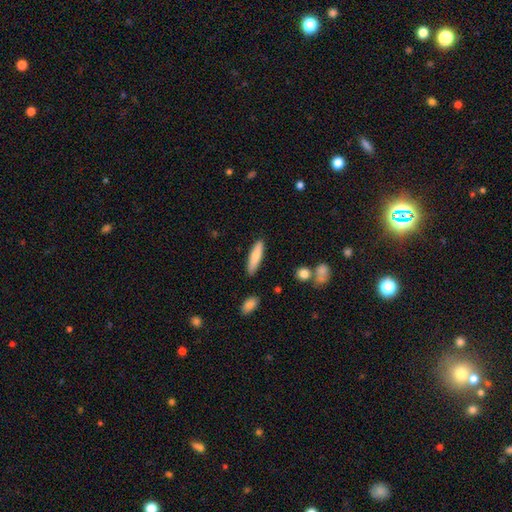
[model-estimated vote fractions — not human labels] Overall: smooth (78%). How rounded: cigar-shaped (75%). Merging: none (86%).